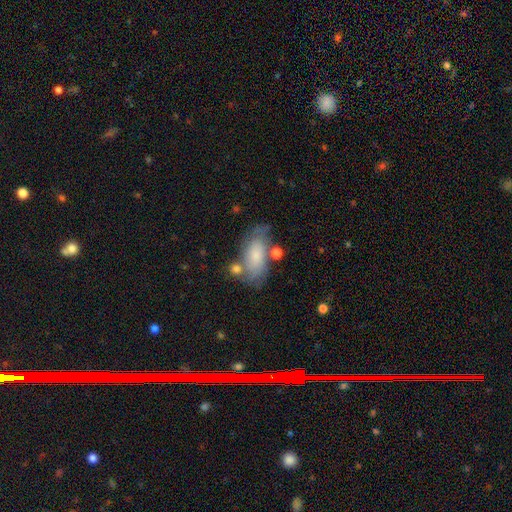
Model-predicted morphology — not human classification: smooth 66%, featured or disk 27%, star or artifact 7%. Down the decision tree: how rounded — in between (86%); merging — none (54%).